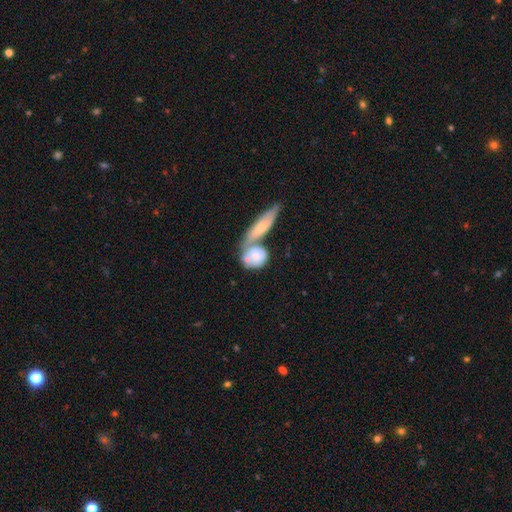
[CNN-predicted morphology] Smooth or featured? Predicted: smooth (p=0.70). How rounded? Predicted: round (p=0.62). Merging? Predicted: merger (p=0.52).